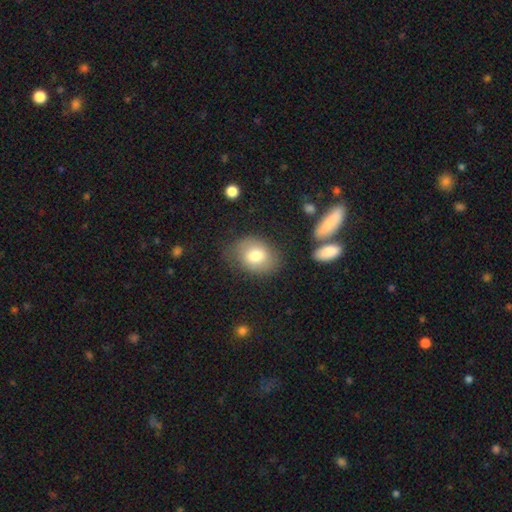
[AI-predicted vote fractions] This appears to be a smooth galaxy with no disk features (73%) that is in between round and cigar-shaped (65%). Merging: none (71%).